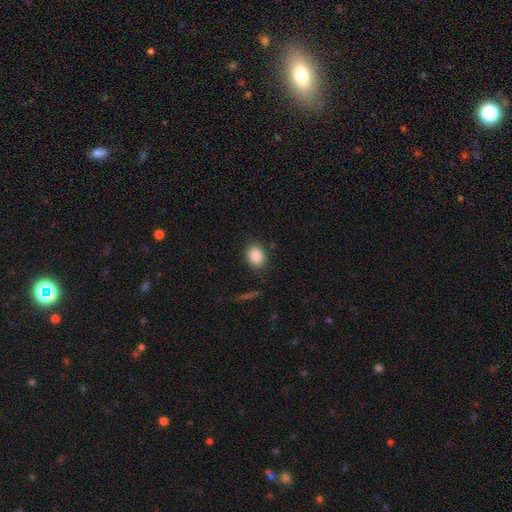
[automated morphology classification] type=smooth (87%); roundness=in between (57%); merging=none (84%).